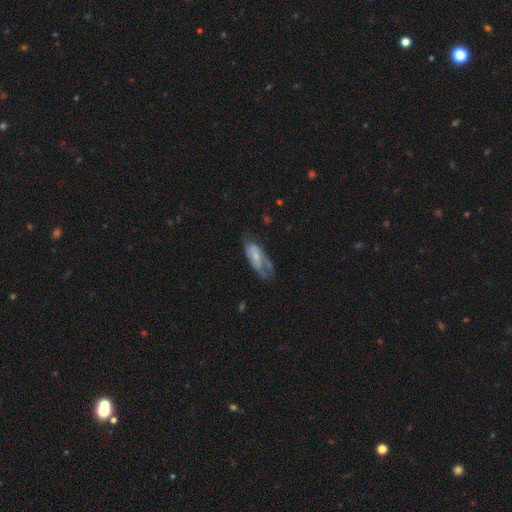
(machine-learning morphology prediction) This appears to be a featured or disk galaxy (49%). Merging: none (37%).